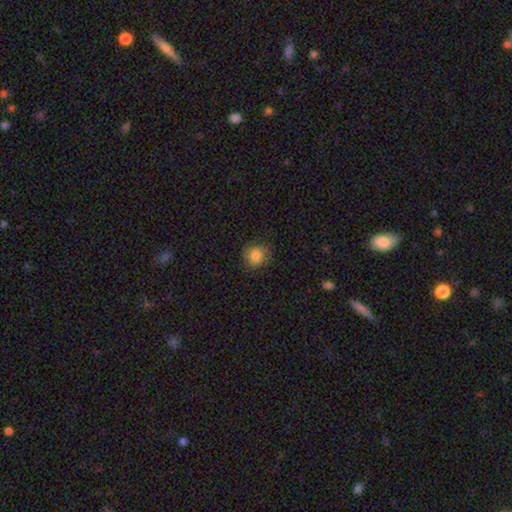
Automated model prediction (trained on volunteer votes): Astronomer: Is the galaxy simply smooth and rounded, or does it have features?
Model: smooth — 81%.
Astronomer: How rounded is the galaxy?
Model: round — 84%.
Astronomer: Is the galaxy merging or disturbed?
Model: none — 81%.